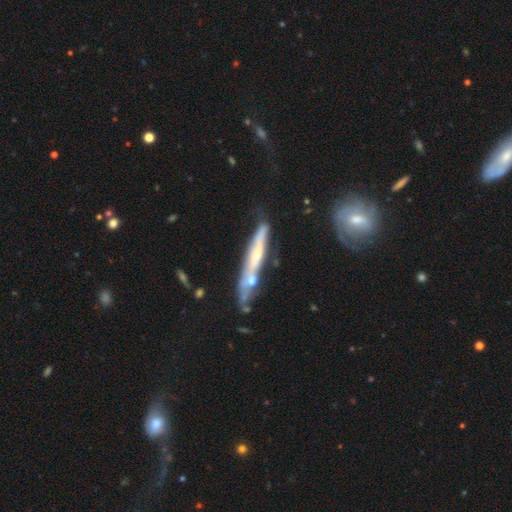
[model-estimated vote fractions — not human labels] featured or disk 61%, smooth 32%, star or artifact 7%. Down the decision tree: edge-on disk — yes (80%); merging — none (54%).